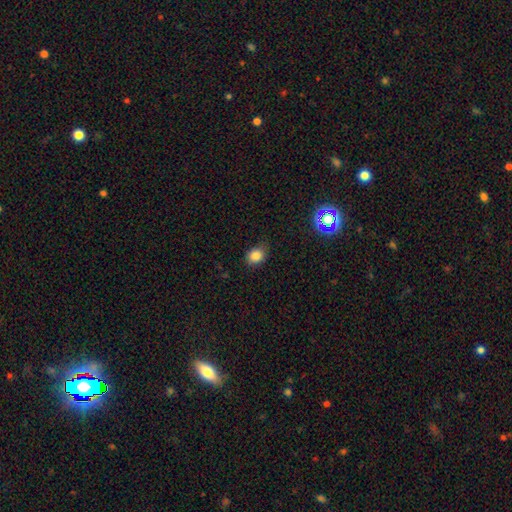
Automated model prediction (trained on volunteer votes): Q: Smooth or featured?
A: smooth (83%); runner-up: star or artifact (12%)
Q: How rounded?
A: in between (50%); runner-up: round (49%)
Q: Merging?
A: none (75%); runner-up: minor disturbance (20%)